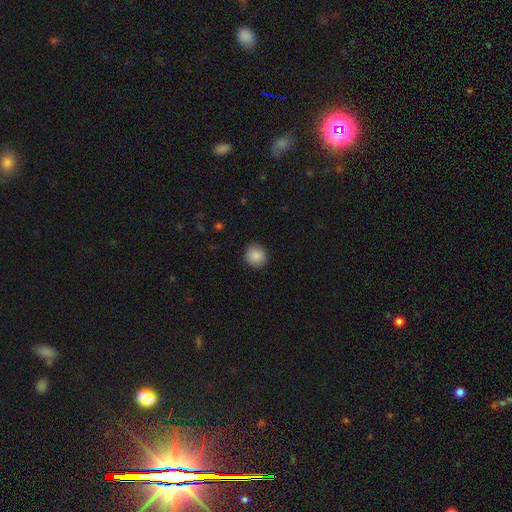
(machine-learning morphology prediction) Smooth or featured? Predicted: smooth (p=0.88). How rounded? Predicted: round (p=0.90). Merging? Predicted: none (p=0.91).